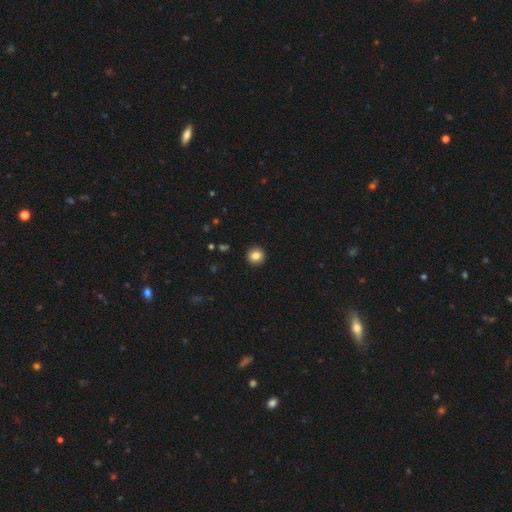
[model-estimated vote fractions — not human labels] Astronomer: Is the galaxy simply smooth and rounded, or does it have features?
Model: smooth — 85%.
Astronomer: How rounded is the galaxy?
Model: round — 93%.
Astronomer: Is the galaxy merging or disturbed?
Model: none — 93%.